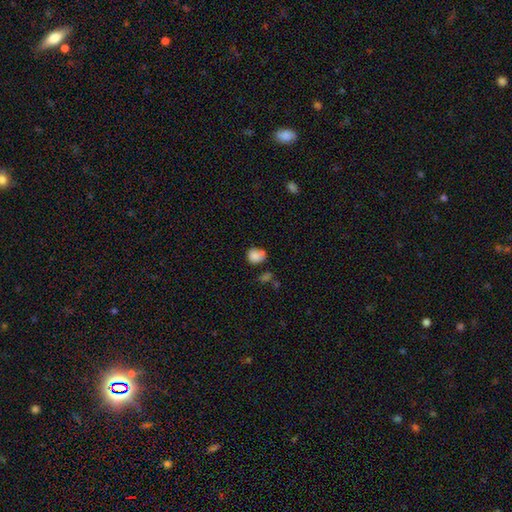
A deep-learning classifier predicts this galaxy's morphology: This appears to be a smooth galaxy with no disk features (81%) that is round (63%). Merging: none (45%).